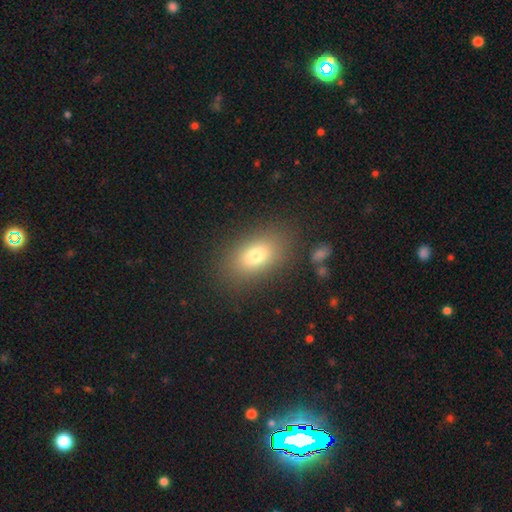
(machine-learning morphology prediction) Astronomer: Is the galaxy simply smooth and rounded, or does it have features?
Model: smooth — 76%.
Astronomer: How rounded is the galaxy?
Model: in between — 85%.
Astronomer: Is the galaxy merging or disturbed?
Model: none — 83%.